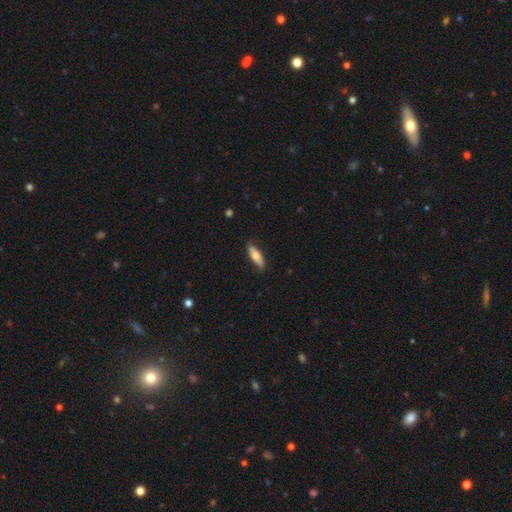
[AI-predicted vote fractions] Morphology: type=smooth (63%); roundness=cigar-shaped (55%); merging=none (85%).